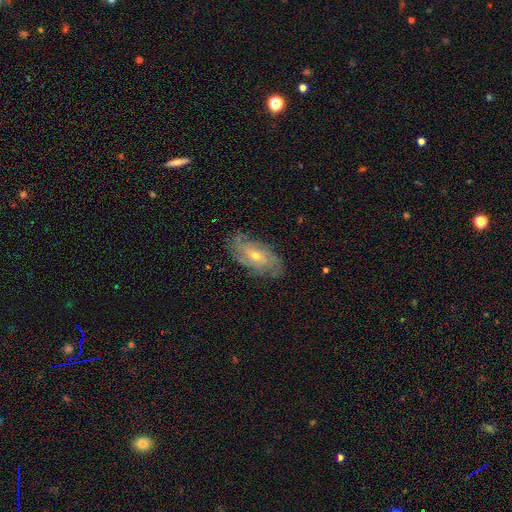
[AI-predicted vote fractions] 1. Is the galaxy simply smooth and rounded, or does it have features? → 74% featured or disk, 18% smooth, 8% star or artifact.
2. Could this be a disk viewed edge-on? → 91% no, 9% yes.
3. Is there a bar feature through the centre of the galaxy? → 68% no, 27% weak, 5% strong.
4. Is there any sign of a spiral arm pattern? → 89% yes, 11% no.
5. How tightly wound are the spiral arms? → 56% tight, 32% medium, 12% loose.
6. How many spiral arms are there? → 47% can't tell, 15% 2, 13% 4, 13% 3, 6% more than 4, 5% 1.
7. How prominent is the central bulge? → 55% small, 41% moderate, 1% large, 1% none, 1% dominant.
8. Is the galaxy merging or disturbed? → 79% none, 16% minor disturbance, 5% major disturbance, 1% merger.